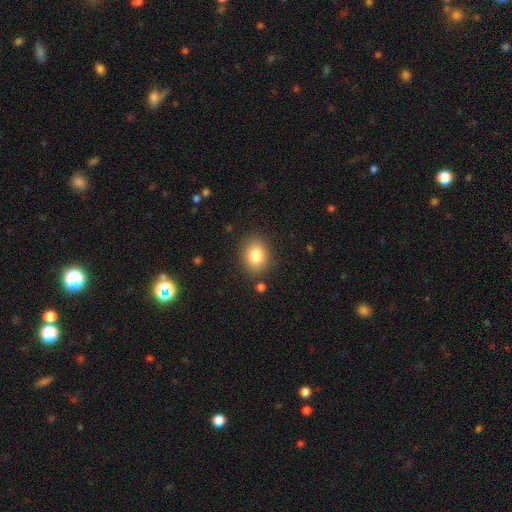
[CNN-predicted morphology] smooth-or-featured: smooth: 82% | star or artifact: 9% | featured or disk: 9%
  how-rounded: in between: 54% | round: 45% | cigar-shaped: 1%
  merging: none: 85% | minor disturbance: 10% | major disturbance: 3% | merger: 2%